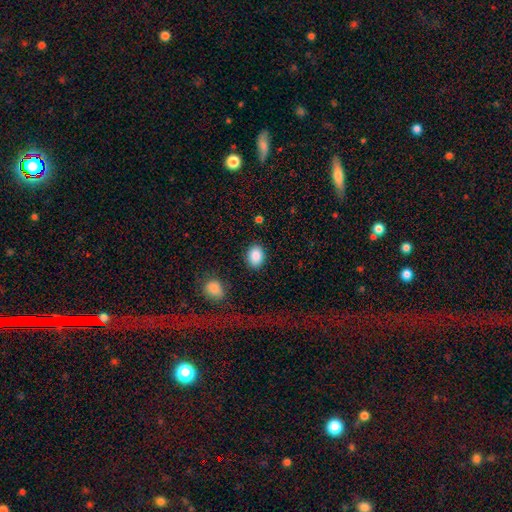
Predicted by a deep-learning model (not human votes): Smooth or featured? Predicted: smooth (p=0.88). How rounded? Predicted: in between (p=0.63). Merging? Predicted: none (p=0.86).